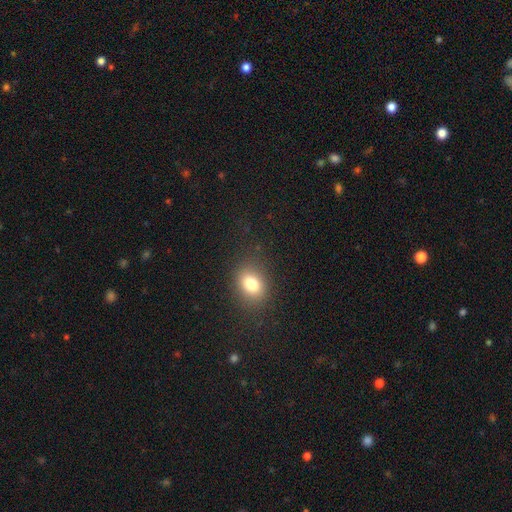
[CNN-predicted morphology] A smooth galaxy with no disk features (71%) that is round (50%).

Vote fractions:
- Smooth or featured? smooth: 71% / star or artifact: 21% / featured or disk: 8%
- How rounded? round: 50% / in between: 48% / cigar-shaped: 2%
- Merging? none: 86% / minor disturbance: 10% / major disturbance: 3% / merger: 1%